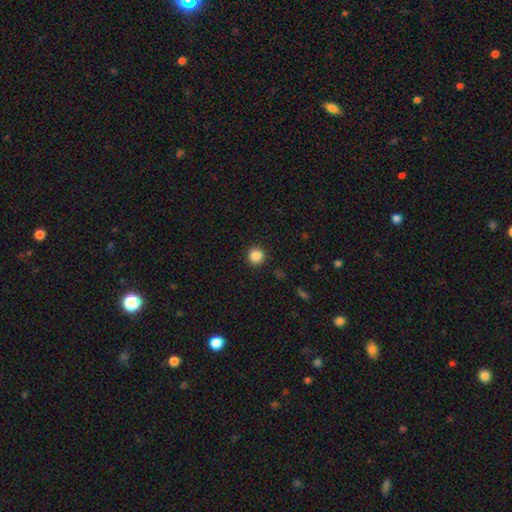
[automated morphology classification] Q: Smooth or featured?
A: smooth (87%); runner-up: star or artifact (10%)
Q: How rounded?
A: round (95%); runner-up: in between (4%)
Q: Merging?
A: none (92%); runner-up: minor disturbance (5%)